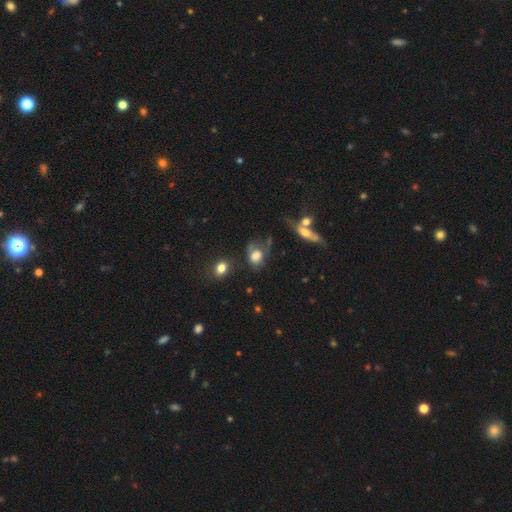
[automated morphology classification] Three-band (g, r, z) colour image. It shows a smooth galaxy with no disk features (63%) that is in between round and cigar-shaped (63%). Merging: none (35%).